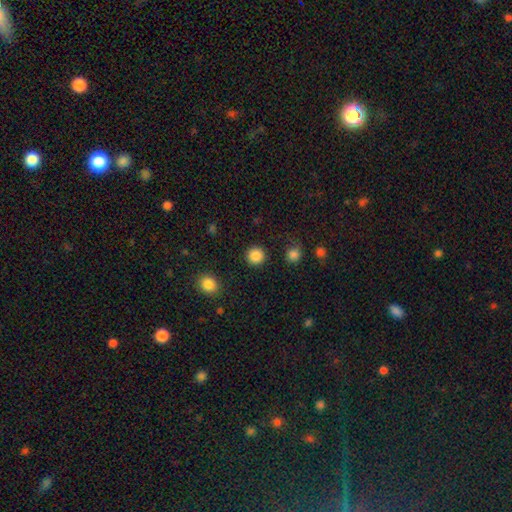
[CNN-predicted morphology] A smooth galaxy with no disk features (87%) that is round (95%). Merging: none (91%).